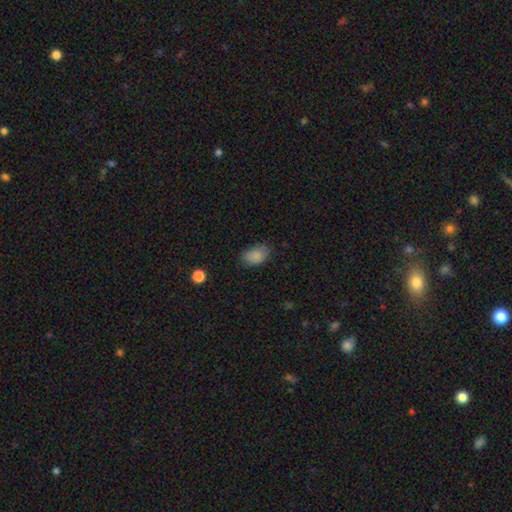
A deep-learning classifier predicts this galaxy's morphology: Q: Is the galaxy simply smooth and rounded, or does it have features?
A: smooth — 85%.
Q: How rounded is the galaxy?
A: in between — 85%.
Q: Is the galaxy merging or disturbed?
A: none — 73%.